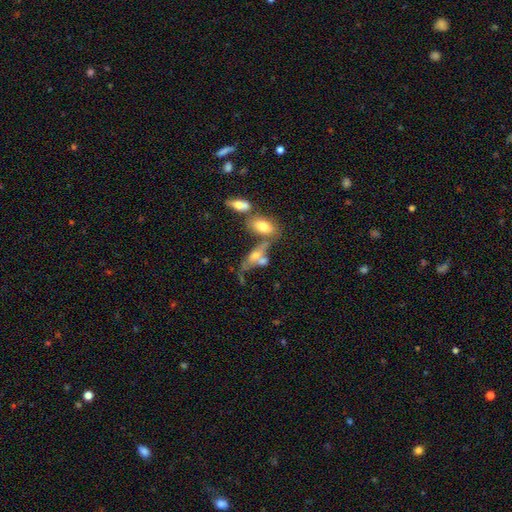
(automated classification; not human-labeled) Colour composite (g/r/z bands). It shows a smooth galaxy with no disk features (51%) that is in between round and cigar-shaped (71%). Merging: merger (43%).